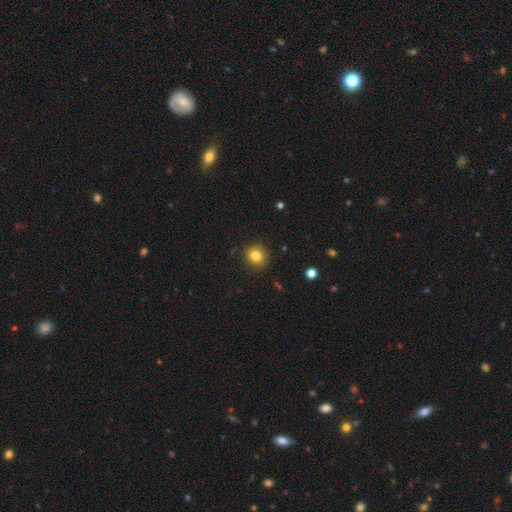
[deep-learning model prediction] Smooth or featured? smooth (81%)
How rounded? round (88%)
Merging? none (88%)